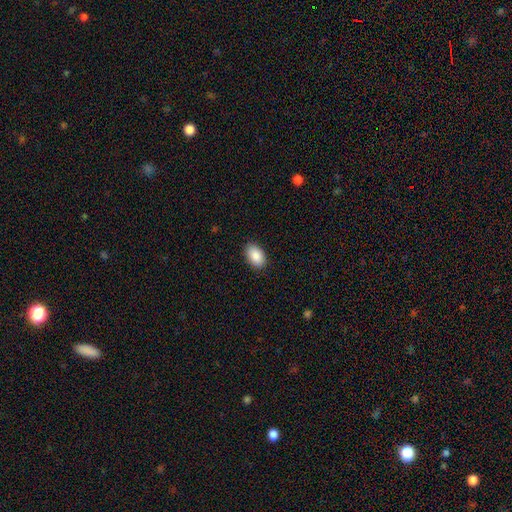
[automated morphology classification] Q: Smooth or featured?
A: smooth (89%); runner-up: star or artifact (7%)
Q: How rounded?
A: in between (92%); runner-up: round (7%)
Q: Merging?
A: none (89%); runner-up: minor disturbance (8%)